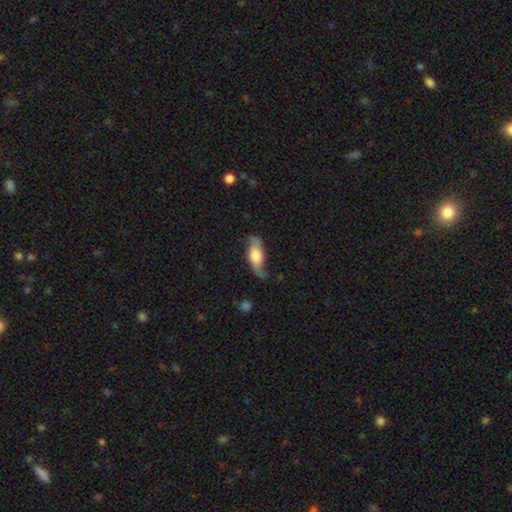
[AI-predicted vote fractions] Smooth or featured? featured or disk (51%)
Edge-on disk? no (61%)
Merging? none (62%)